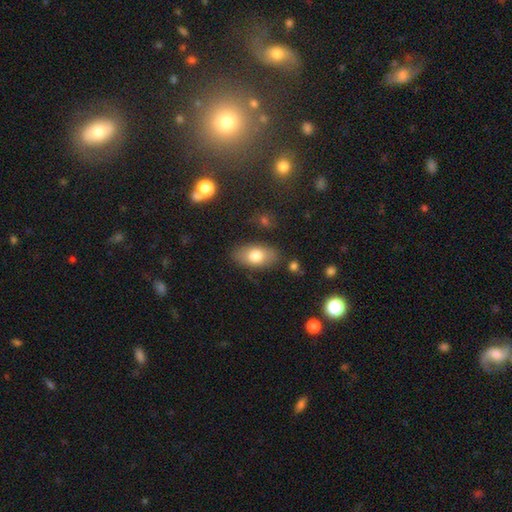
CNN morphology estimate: Smooth or featured? smooth (75%)
How rounded? in between (92%)
Merging? none (82%)